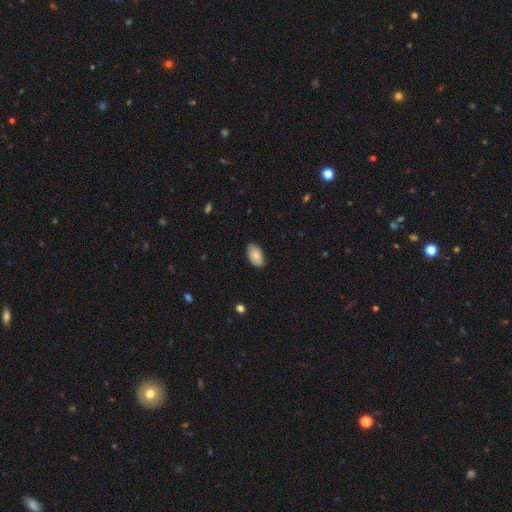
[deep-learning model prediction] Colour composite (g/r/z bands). It shows a smooth galaxy with no disk features (79%) that is in between round and cigar-shaped (94%). Merging: none (82%).